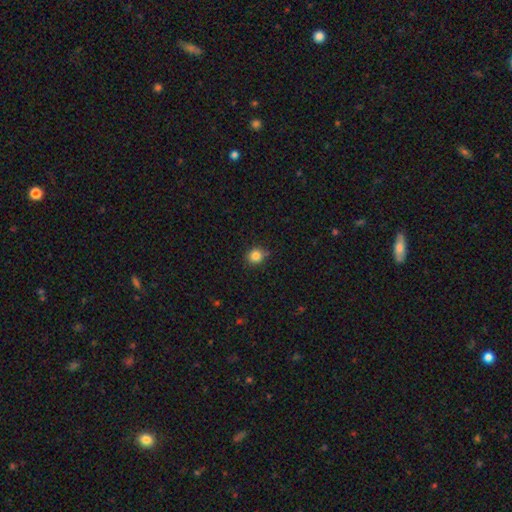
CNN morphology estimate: Smooth or featured: smooth — 84% (star or artifact — 12%)
How rounded: round — 87% (in between — 12%)
Merging: none — 81% (minor disturbance — 14%)